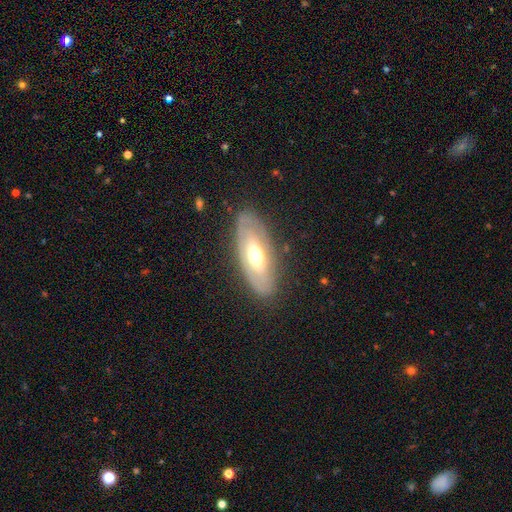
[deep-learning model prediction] featured or disk 57%, smooth 37%, star or artifact 6%. Down the decision tree: edge-on disk — no (74%); merging — none (81%).